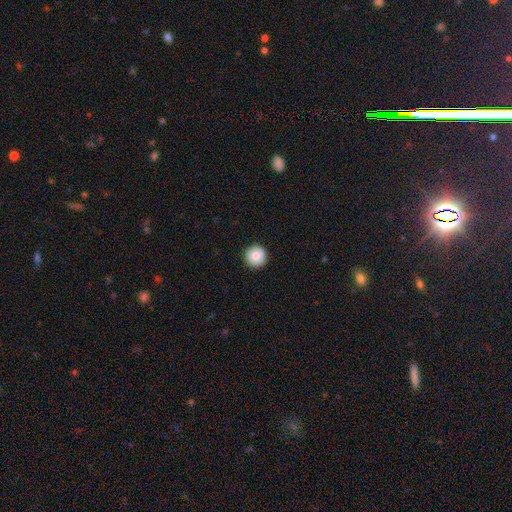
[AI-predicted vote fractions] A smooth galaxy with no disk features (83%) that is round (97%). Merging: none (93%).